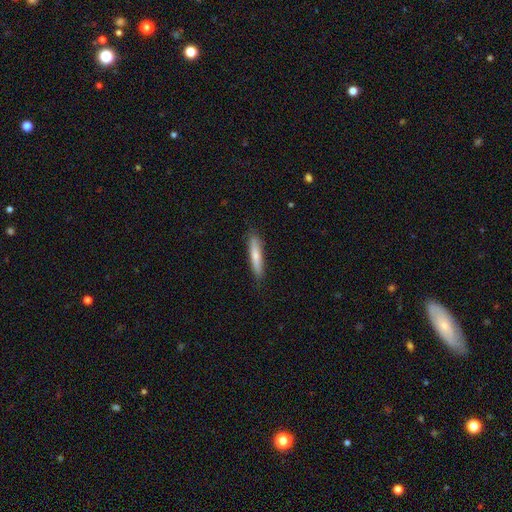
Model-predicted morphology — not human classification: smooth-or-featured: smooth: 70% | featured or disk: 24% | star or artifact: 6%
  how-rounded: cigar-shaped: 87% | in between: 11% | round: 1%
  merging: none: 84% | minor disturbance: 12% | major disturbance: 2% | merger: 1%